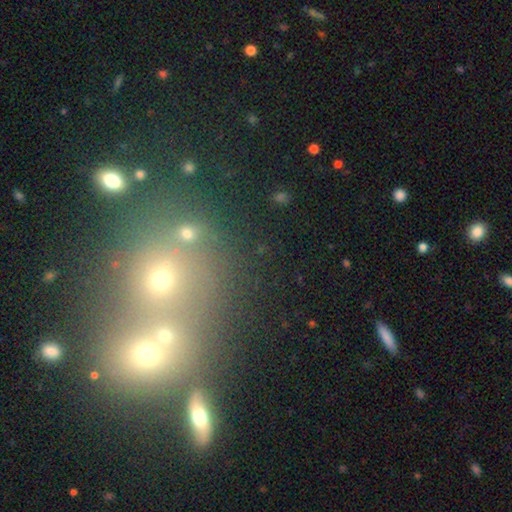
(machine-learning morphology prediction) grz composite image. It shows a star or artifact, not a galaxy (43%).